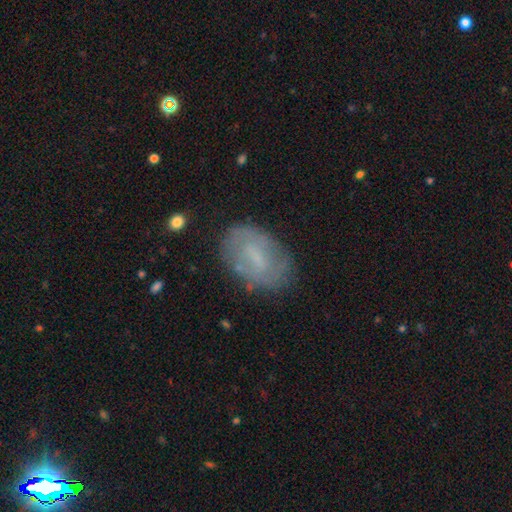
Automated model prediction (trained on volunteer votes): A smooth galaxy with no disk features (47%). Merging: none (76%).